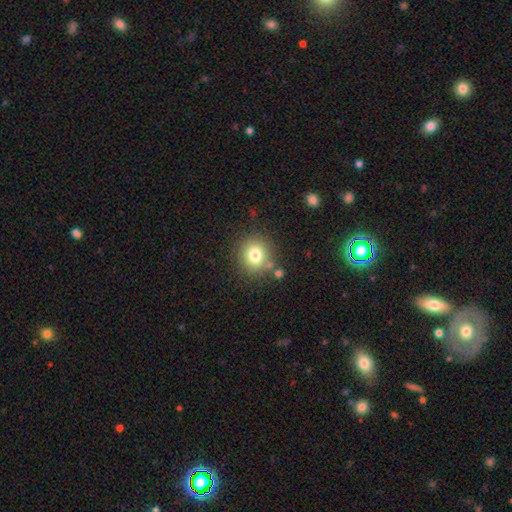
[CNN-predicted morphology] This appears to be a smooth galaxy with no disk features (76%) that is round (83%). Merging: none (81%).